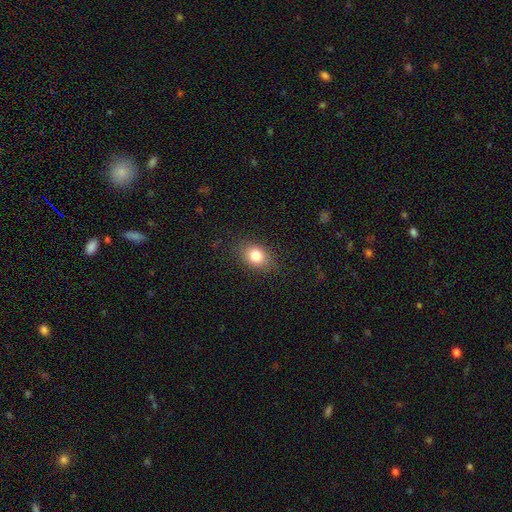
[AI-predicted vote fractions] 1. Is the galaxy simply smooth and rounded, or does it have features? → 82% smooth, 10% star or artifact, 8% featured or disk.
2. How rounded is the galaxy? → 65% in between, 34% round, 2% cigar-shaped.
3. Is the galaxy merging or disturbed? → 83% none, 13% minor disturbance, 4% major disturbance, 1% merger.